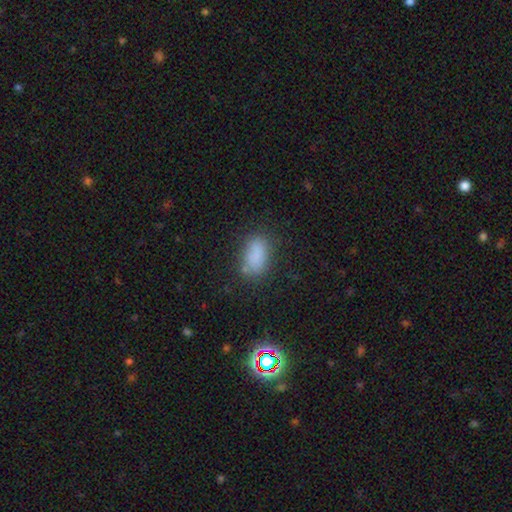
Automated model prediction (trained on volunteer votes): Smooth or featured: smooth — 81% (star or artifact — 11%)
How rounded: in between — 89% (round — 7%)
Merging: none — 68% (minor disturbance — 20%)